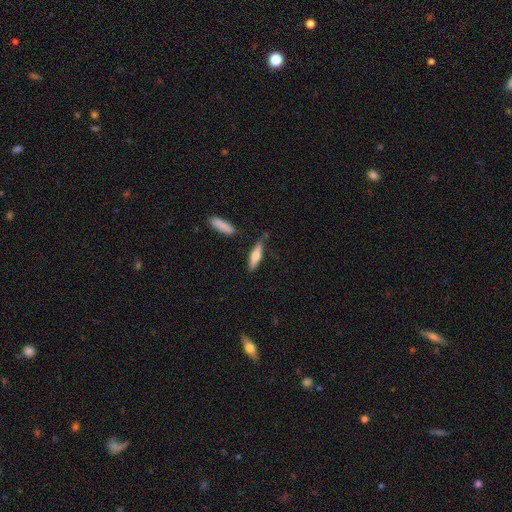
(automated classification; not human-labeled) The model was most divided on "smooth or featured": smooth: 56%, featured or disk: 38%, star or artifact: 6%. More confident: merging — none (75%); how rounded — cigar-shaped (70%).